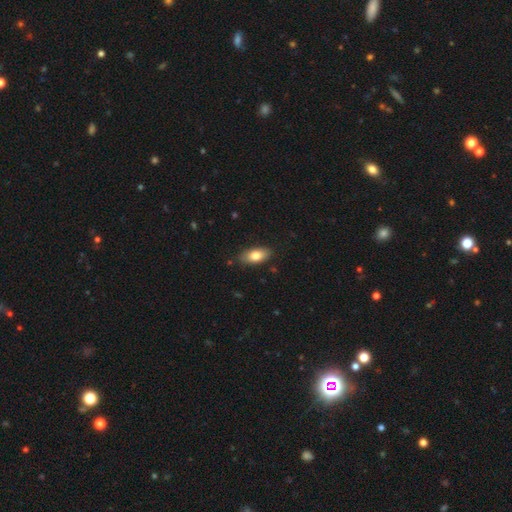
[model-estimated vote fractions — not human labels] The model was most divided on "smooth or featured": smooth: 78%, featured or disk: 15%, star or artifact: 7%. More confident: how rounded — in between (88%); merging — none (84%).